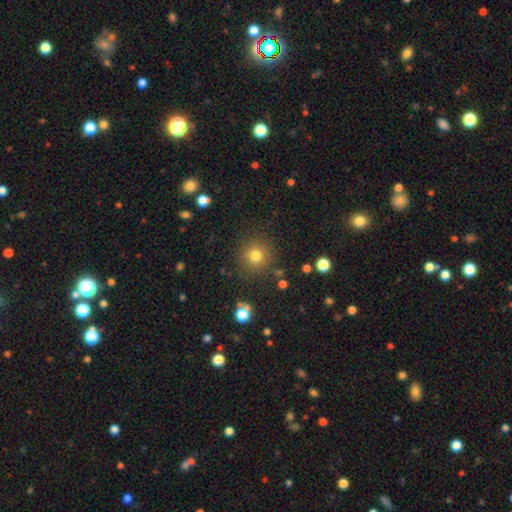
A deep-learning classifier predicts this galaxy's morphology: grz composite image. It shows a smooth galaxy with no disk features (78%) that is round (93%). Merging: none (87%).